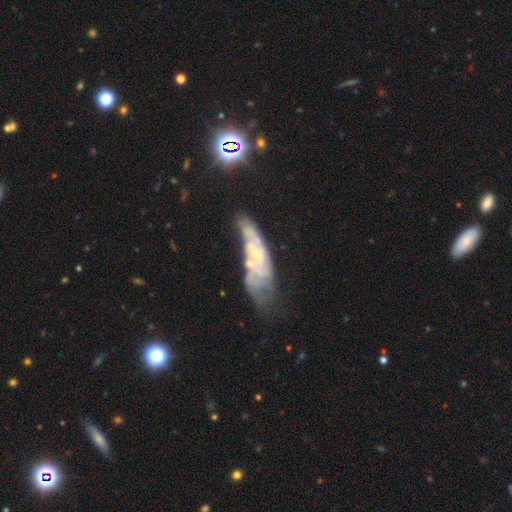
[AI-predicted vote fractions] A featured or disk galaxy (69%) with no bar (56%), spiral arms (73%) and a small central bulge (59%). Merging: none (41%).